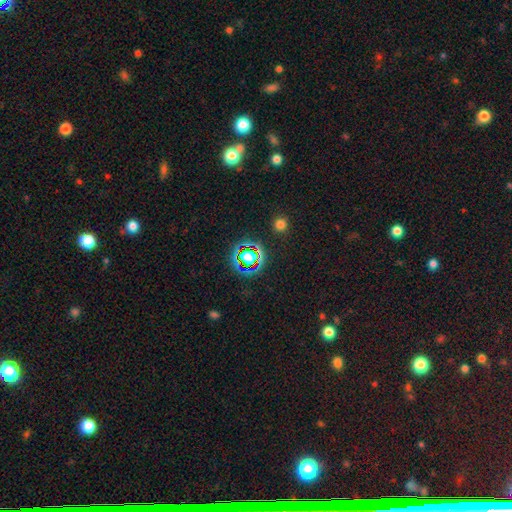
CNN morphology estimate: Overall: star or artifact (69%).